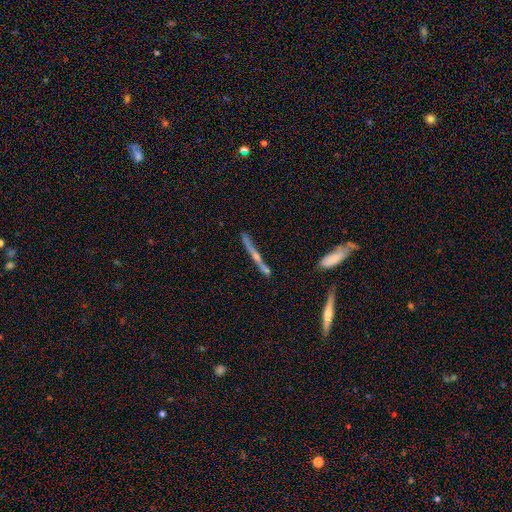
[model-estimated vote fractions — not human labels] Smooth or featured?
  - featured or disk: 69% *
  - smooth: 22%
  - star or artifact: 9%
Edge-on disk?
  - yes: 95% *
  - no: 5%
Edge-on bulge?
  - rounded: 67% *
  - none: 25%
  - boxy: 8%
Merging?
  - none: 74% *
  - minor disturbance: 14%
  - merger: 7%
  - major disturbance: 4%